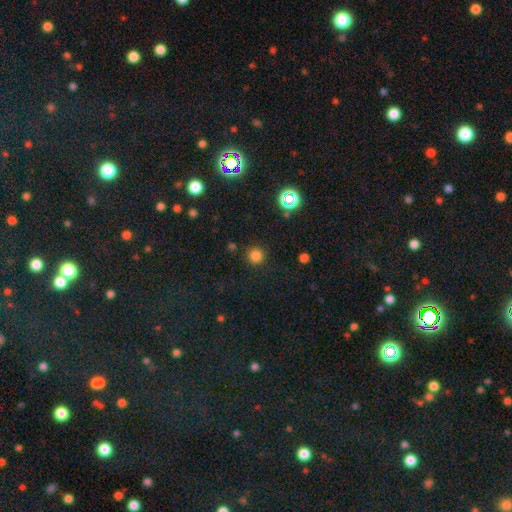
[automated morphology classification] A smooth galaxy with no disk features (79%) that is round (95%).

Vote fractions:
- Smooth or featured? smooth: 79% / star or artifact: 16% / featured or disk: 4%
- How rounded? round: 95% / in between: 4% / cigar-shaped: 1%
- Merging? none: 90% / minor disturbance: 6% / major disturbance: 2% / merger: 2%